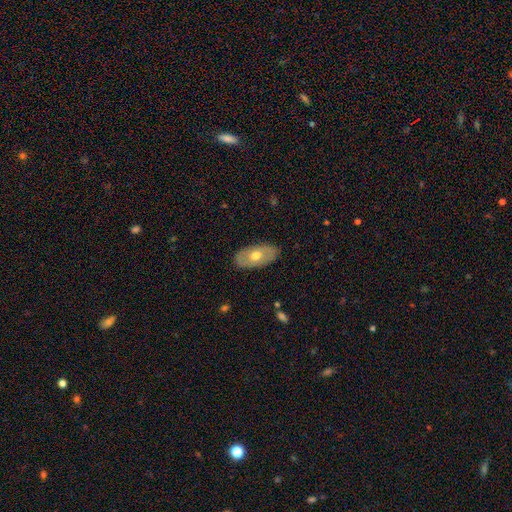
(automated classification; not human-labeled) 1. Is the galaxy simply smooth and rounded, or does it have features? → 55% smooth, 40% featured or disk, 6% star or artifact.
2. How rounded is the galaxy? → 93% in between, 4% round, 3% cigar-shaped.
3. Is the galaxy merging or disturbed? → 86% none, 11% minor disturbance, 2% major disturbance, 1% merger.